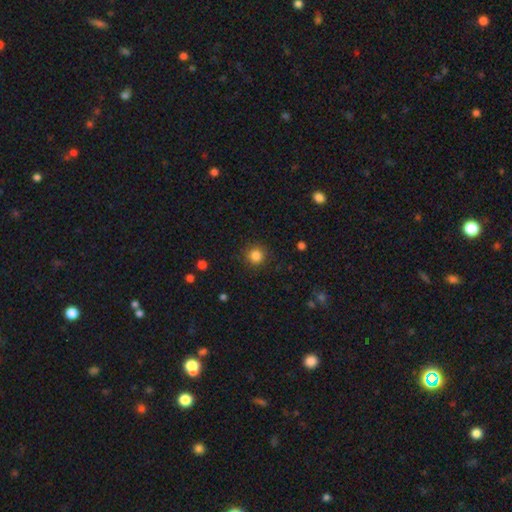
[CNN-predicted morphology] Smooth or featured? smooth (84%)
How rounded? round (94%)
Merging? none (89%)